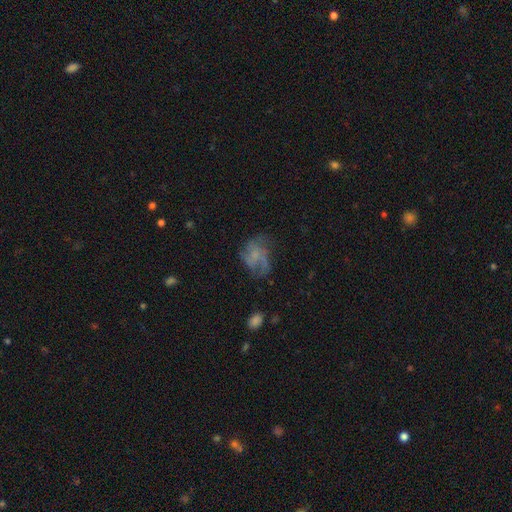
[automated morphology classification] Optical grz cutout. It shows a featured or disk galaxy (54%) with no bar (78%), spiral arms (60%) and no central bulge (45%). Merging: none (41%).